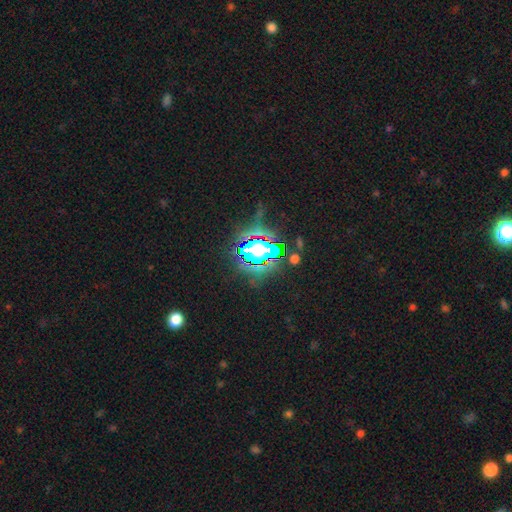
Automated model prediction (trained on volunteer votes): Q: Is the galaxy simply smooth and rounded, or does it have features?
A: star or artifact — 80%.